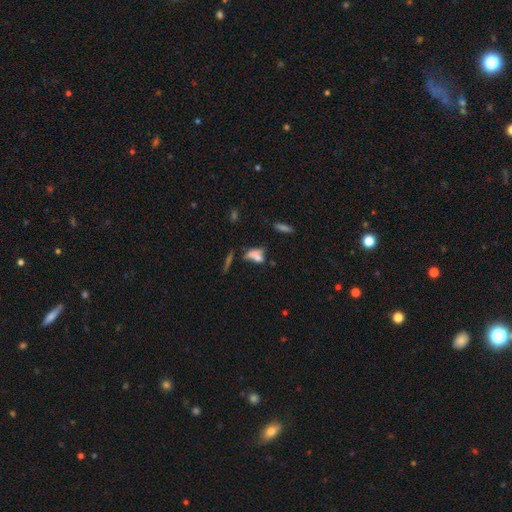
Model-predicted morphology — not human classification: A smooth galaxy with no disk features (64%) that is in between round and cigar-shaped (78%). Merging: none (33%).